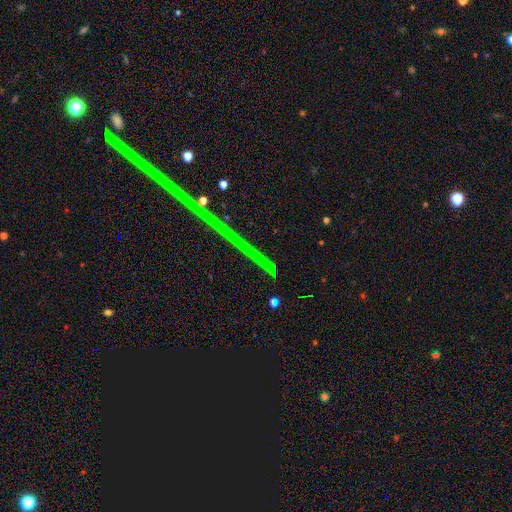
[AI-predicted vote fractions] Smooth or featured? star or artifact (82%)